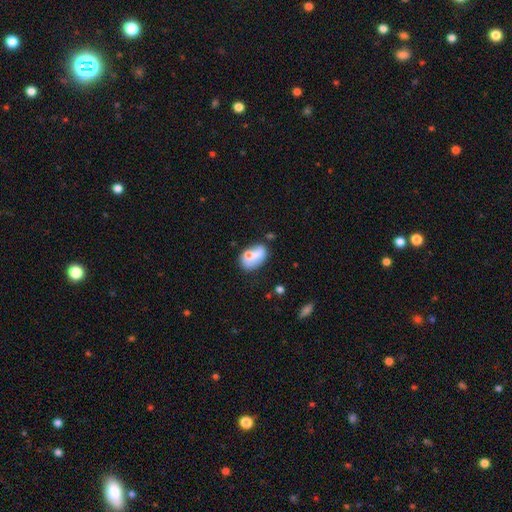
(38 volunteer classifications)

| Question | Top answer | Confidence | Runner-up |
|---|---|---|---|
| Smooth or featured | smooth | 71% | featured or disk (26%) |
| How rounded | in between | 93% | round (7%) |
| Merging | none | 54% | minor disturbance (32%) |